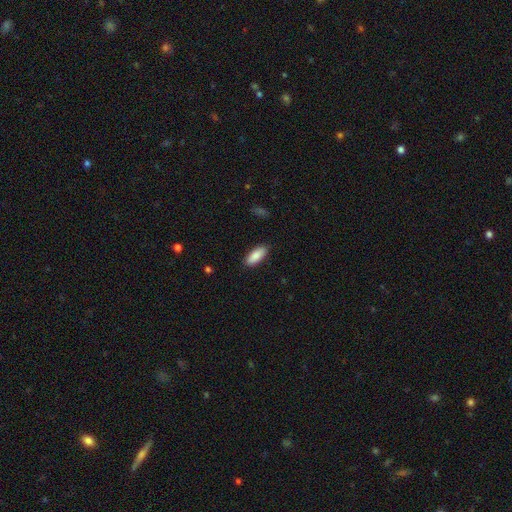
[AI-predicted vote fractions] Smooth or featured: smooth — 88% (featured or disk — 6%)
How rounded: in between — 80% (cigar-shaped — 18%)
Merging: none — 88% (minor disturbance — 9%)